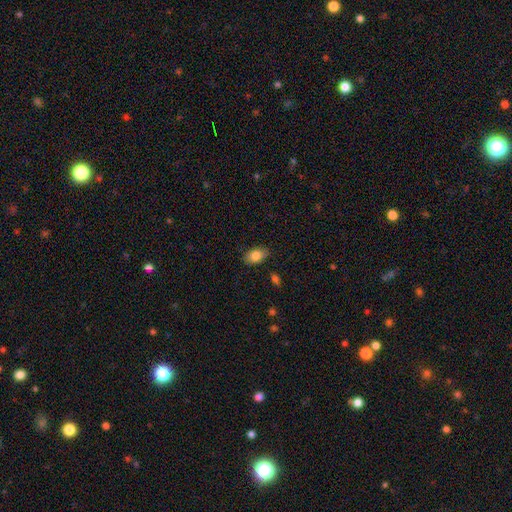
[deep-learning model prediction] Smooth or featured? smooth (83%)
How rounded? in between (87%)
Merging? none (81%)